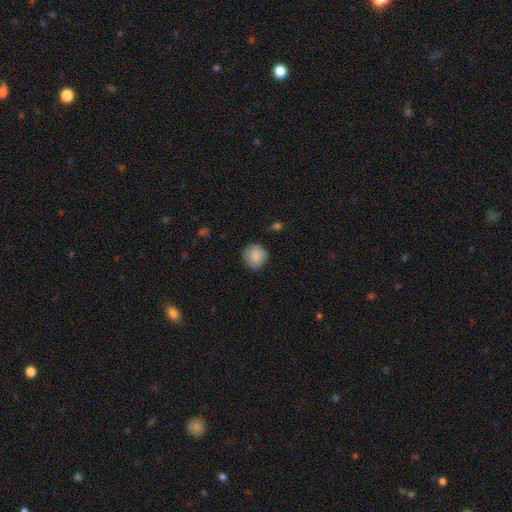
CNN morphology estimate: smooth_or_featured: smooth (p=0.87) [alt: star or artifact p=0.08]
how_rounded: round (p=0.90) [alt: in between p=0.09]
merging: none (p=0.82) [alt: minor disturbance p=0.14]